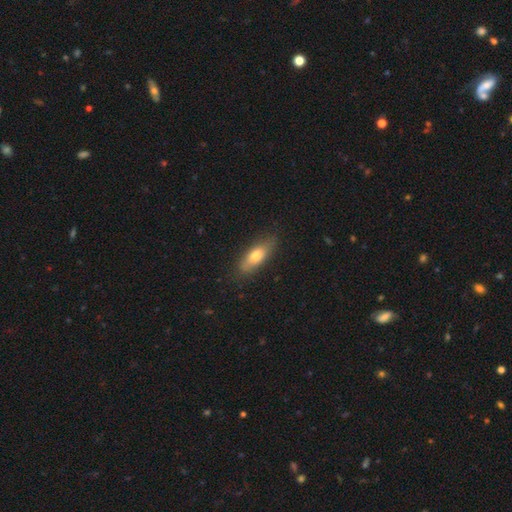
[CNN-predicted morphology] type=smooth (71%); roundness=in between (64%); merging=none (81%).